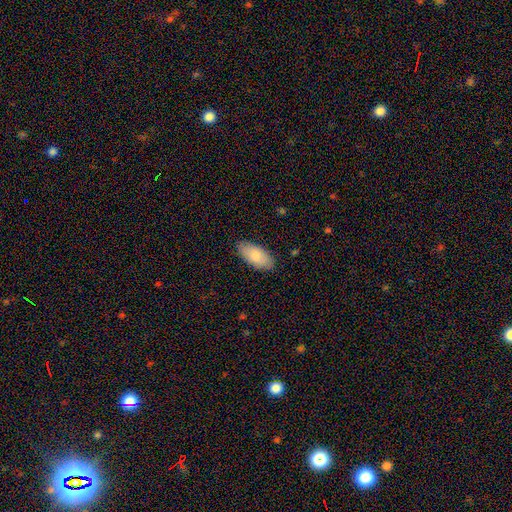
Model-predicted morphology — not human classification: Smooth or featured?
  - smooth: 83% *
  - featured or disk: 12%
  - star or artifact: 6%
How rounded?
  - in between: 92% *
  - cigar-shaped: 6%
  - round: 2%
Merging?
  - none: 84% *
  - minor disturbance: 12%
  - major disturbance: 2%
  - merger: 1%